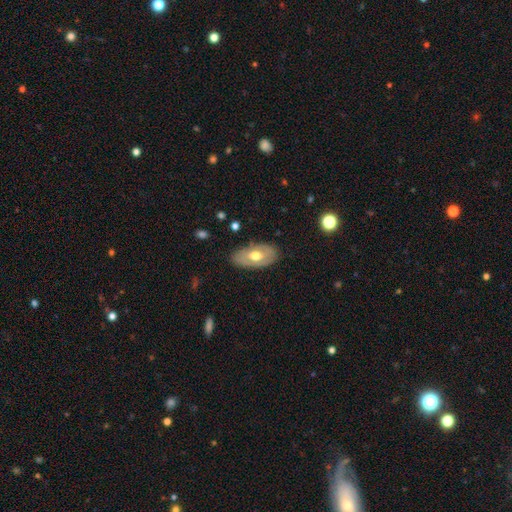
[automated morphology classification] Smooth or featured: smooth — 47% (tied with featured or disk — 47%)
Merging: none — 80% (minor disturbance — 15%)